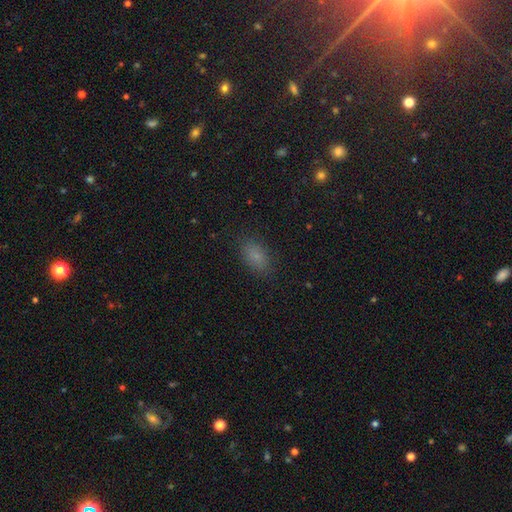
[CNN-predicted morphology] Q: Smooth or featured?
A: smooth (78%); runner-up: star or artifact (14%)
Q: How rounded?
A: in between (88%); runner-up: round (9%)
Q: Merging?
A: none (84%); runner-up: minor disturbance (11%)